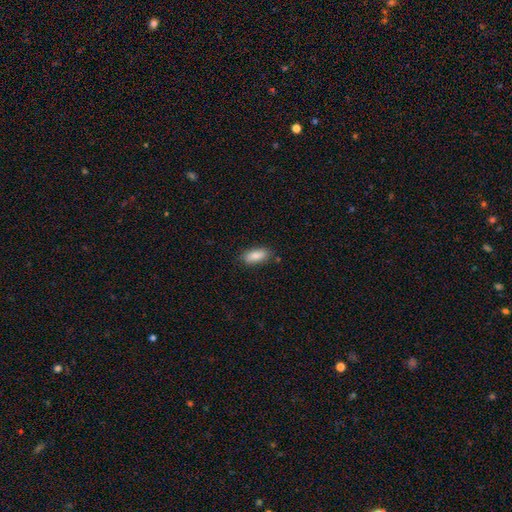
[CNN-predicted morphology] Smooth or featured? smooth (84%)
How rounded? in between (82%)
Merging? none (82%)